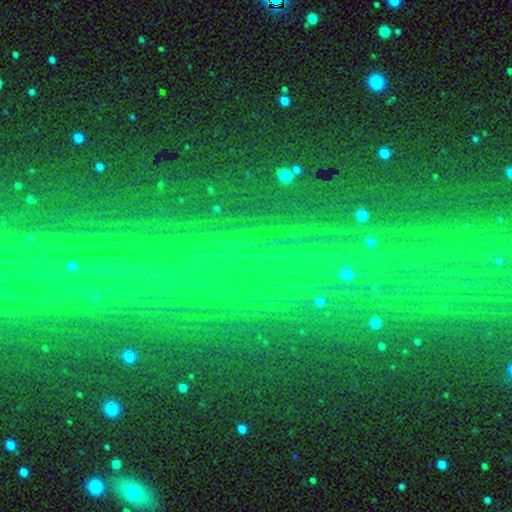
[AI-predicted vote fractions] smooth-or-featured: star or artifact: 83% | featured or disk: 9% | smooth: 9%